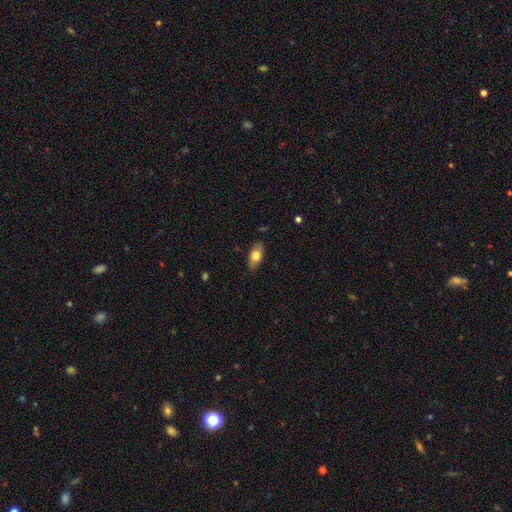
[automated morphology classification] This is likely a smooth galaxy (72%). How rounded: clearly in between (89%). Merging: clearly none (84%).